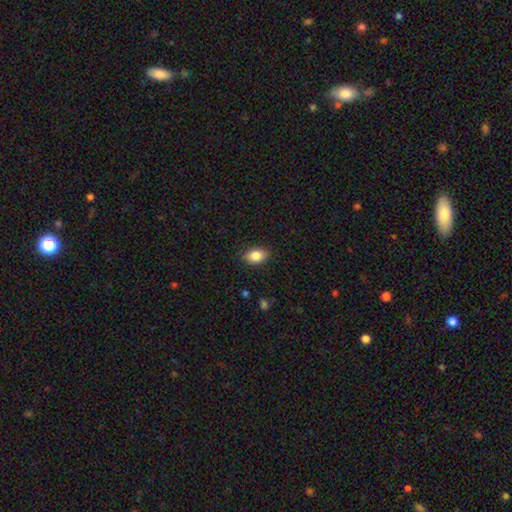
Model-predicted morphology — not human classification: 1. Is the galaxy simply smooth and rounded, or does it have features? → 85% smooth, 8% star or artifact, 7% featured or disk.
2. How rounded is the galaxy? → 84% in between, 15% round, 2% cigar-shaped.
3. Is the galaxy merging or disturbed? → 86% none, 11% minor disturbance, 2% major disturbance, 1% merger.